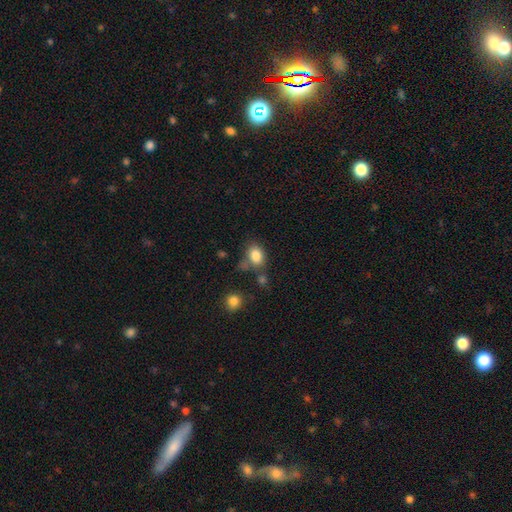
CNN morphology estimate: Smooth or featured? smooth (83%)
How rounded? in between (66%)
Merging? none (60%)